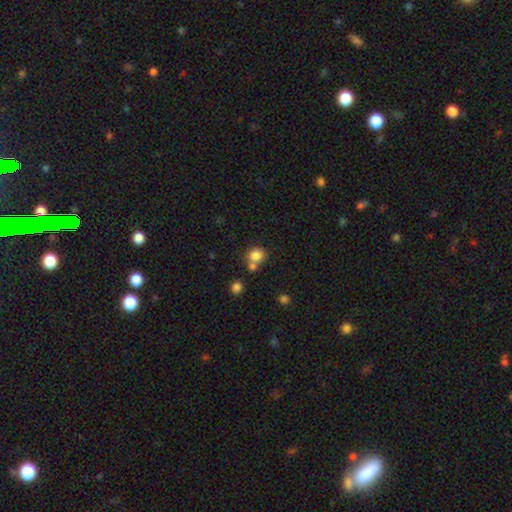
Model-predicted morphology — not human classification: type=smooth (82%); roundness=round (78%); merging=none (56%).